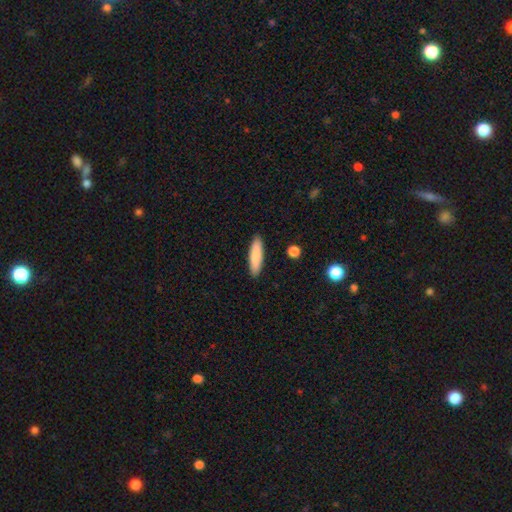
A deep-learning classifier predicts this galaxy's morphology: Q: Smooth or featured?
A: smooth (84%); runner-up: featured or disk (11%)
Q: How rounded?
A: cigar-shaped (69%); runner-up: in between (30%)
Q: Merging?
A: none (90%); runner-up: minor disturbance (7%)